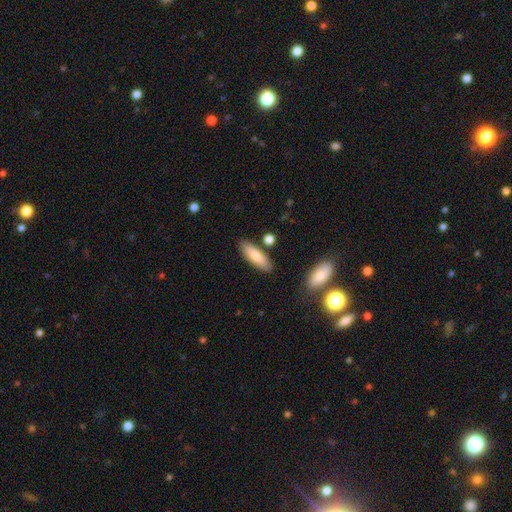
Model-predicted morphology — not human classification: The model was most divided on "how rounded": in between: 52%, cigar-shaped: 46%, round: 2%. More confident: merging — none (83%); smooth or featured — smooth (81%).